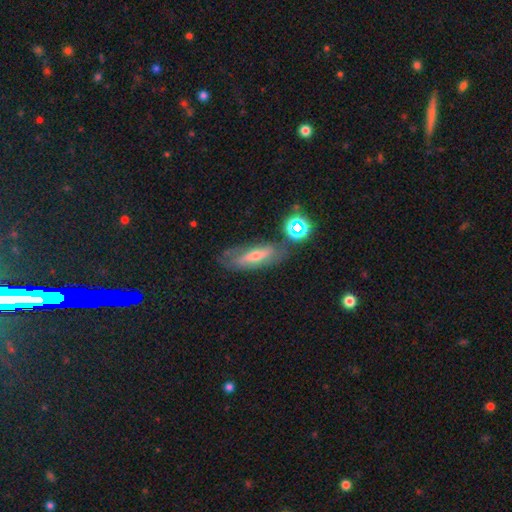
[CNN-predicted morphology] Smooth or featured? featured or disk (49%)
Merging? none (62%)